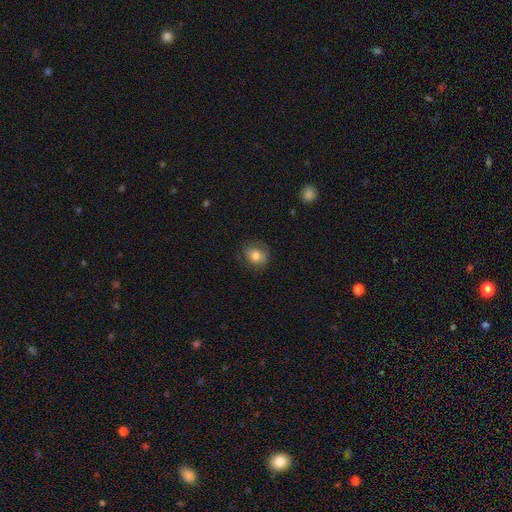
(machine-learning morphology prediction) The model was most divided on "how rounded": round: 69%, in between: 30%, cigar-shaped: 1%. More confident: merging — none (74%); smooth or featured — smooth (74%).